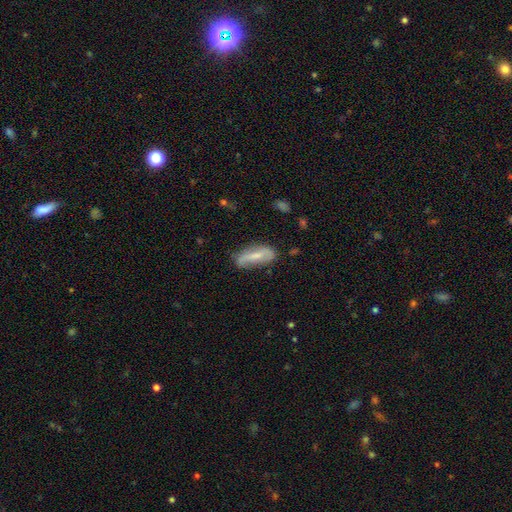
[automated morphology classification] Smooth or featured?
  - smooth: 48% *
  - featured or disk: 45%
  - star or artifact: 7%
Merging?
  - none: 65% *
  - minor disturbance: 25%
  - major disturbance: 7%
  - merger: 3%